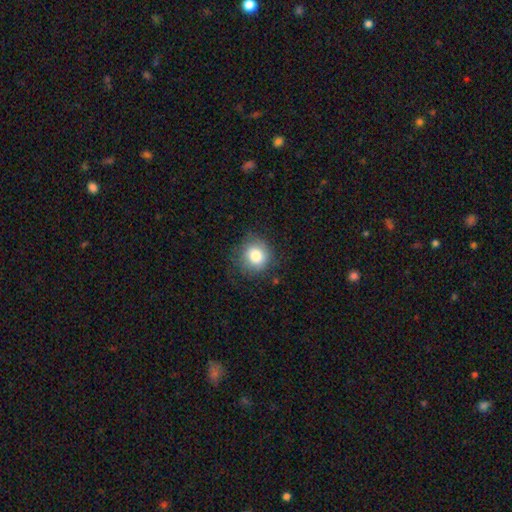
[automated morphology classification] Smooth or featured? Predicted: smooth (p=0.79). How rounded? Predicted: round (p=0.87). Merging? Predicted: none (p=0.75).